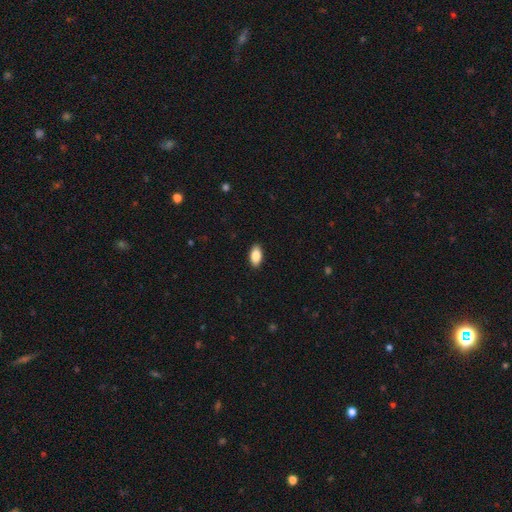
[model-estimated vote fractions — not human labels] Smooth or featured?
  - smooth: 87% *
  - star or artifact: 7%
  - featured or disk: 6%
How rounded?
  - in between: 93% *
  - cigar-shaped: 3%
  - round: 3%
Merging?
  - none: 90% *
  - minor disturbance: 8%
  - major disturbance: 2%
  - merger: 1%